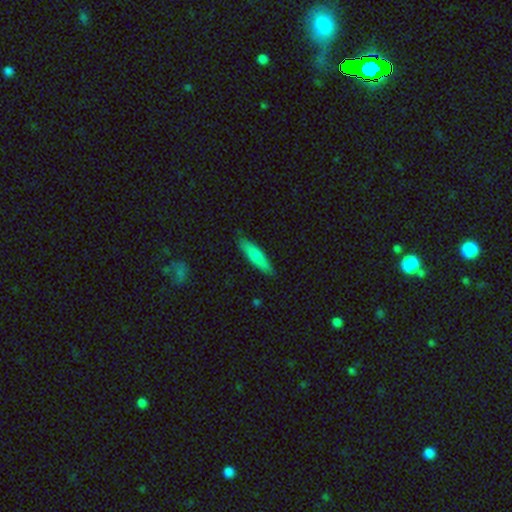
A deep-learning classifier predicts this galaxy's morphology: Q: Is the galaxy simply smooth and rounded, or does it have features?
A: smooth — 77%.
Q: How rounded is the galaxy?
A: cigar-shaped — 72%.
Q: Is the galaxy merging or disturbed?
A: none — 85%.